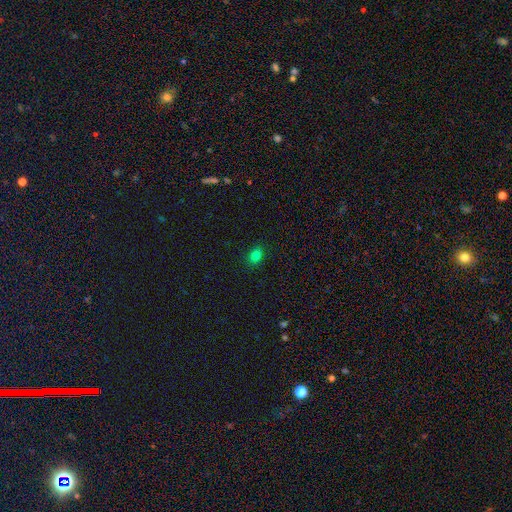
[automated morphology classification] smooth-or-featured: smooth: 80% | star or artifact: 15% | featured or disk: 5%
  how-rounded: in between: 64% | round: 35% | cigar-shaped: 1%
  merging: none: 88% | minor disturbance: 8% | major disturbance: 2% | merger: 1%